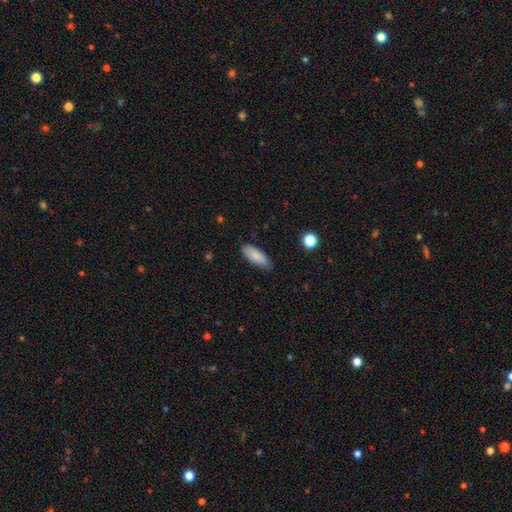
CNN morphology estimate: Smooth or featured? smooth (84%)
How rounded? in between (72%)
Merging? none (85%)